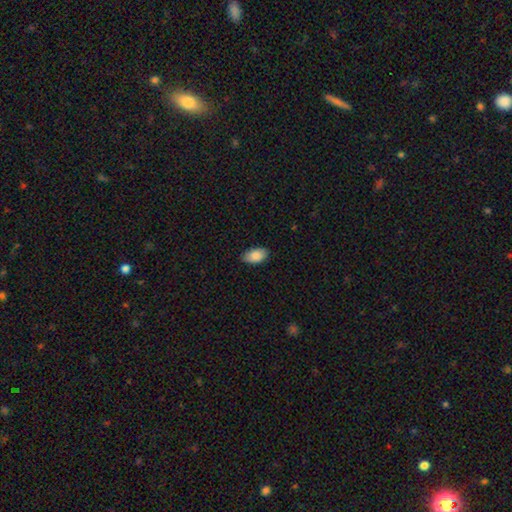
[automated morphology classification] The model was most divided on "merging": none: 84%, minor disturbance: 13%, major disturbance: 2%, merger: 1%. More confident: how rounded — in between (94%); smooth or featured — smooth (87%).